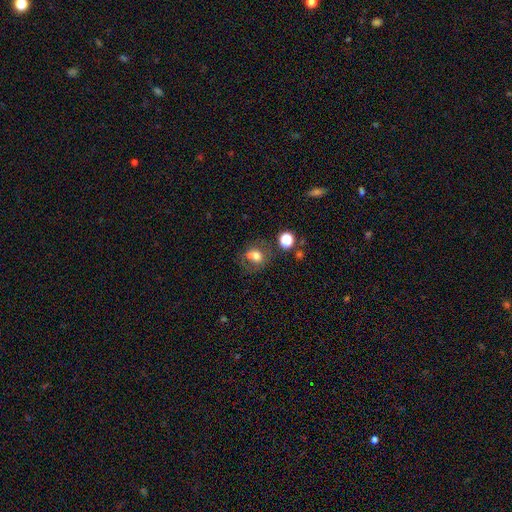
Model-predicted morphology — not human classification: smooth-or-featured: smooth: 61% | featured or disk: 25% | star or artifact: 13%
  how-rounded: round: 63% | in between: 36% | cigar-shaped: 1%
  merging: none: 48% | merger: 24% | minor disturbance: 17% | major disturbance: 11%